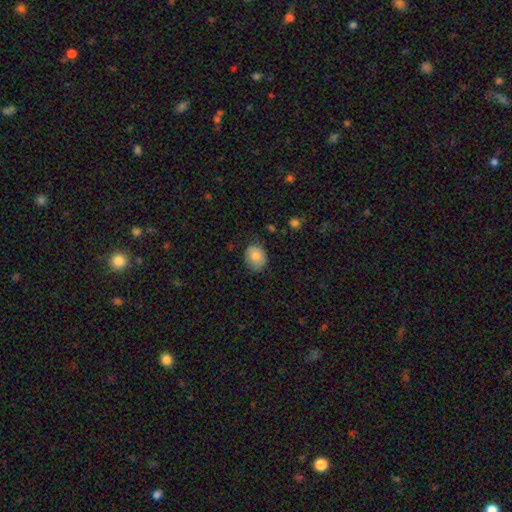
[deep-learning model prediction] Morphology: type=smooth (81%); roundness=round (51%); merging=none (72%).